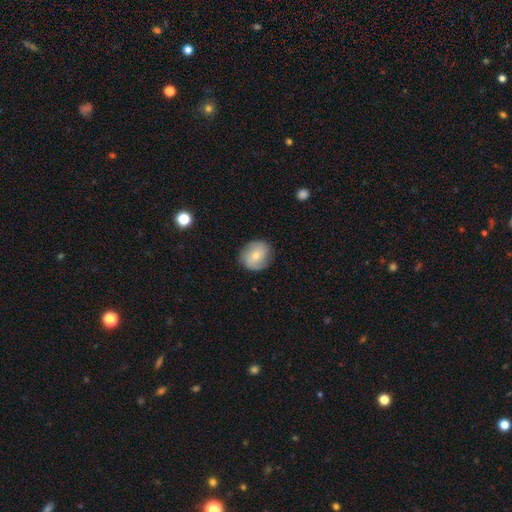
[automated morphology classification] This is possibly a smooth galaxy (57%). How rounded: likely round (79%). Merging: clearly none (80%).